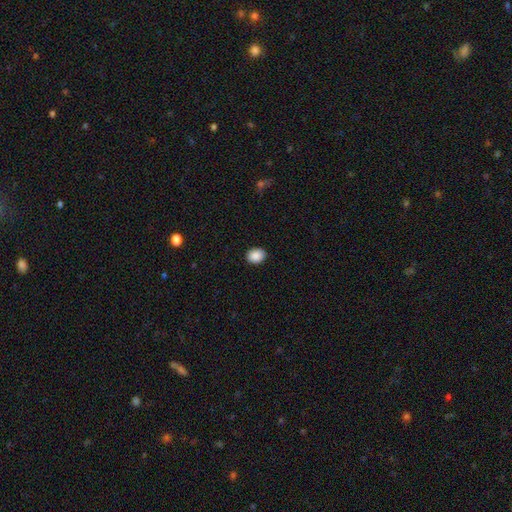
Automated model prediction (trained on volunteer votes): This is clearly a smooth galaxy (89%). How rounded: possibly round (52%). Merging: clearly none (89%).